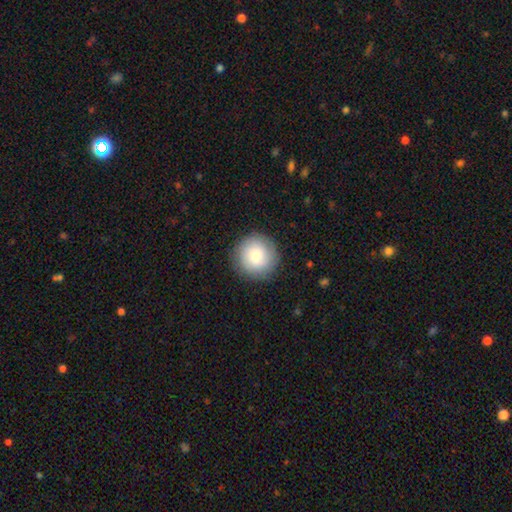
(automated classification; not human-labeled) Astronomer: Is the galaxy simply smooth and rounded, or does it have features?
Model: smooth — 82%.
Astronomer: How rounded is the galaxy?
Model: round — 95%.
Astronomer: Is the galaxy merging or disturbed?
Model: none — 89%.